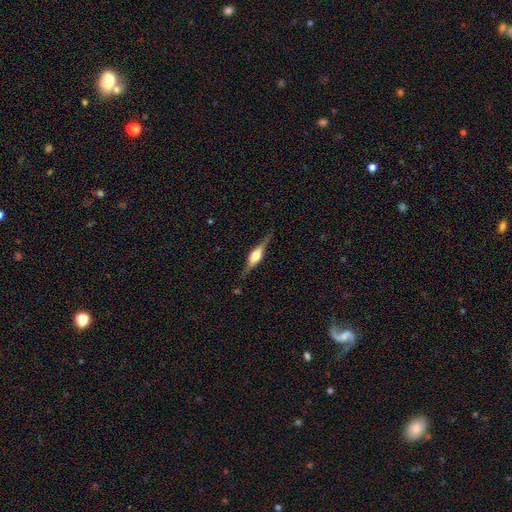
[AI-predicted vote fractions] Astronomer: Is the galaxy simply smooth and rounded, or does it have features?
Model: featured or disk — 75%.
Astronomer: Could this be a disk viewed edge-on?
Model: yes — 96%.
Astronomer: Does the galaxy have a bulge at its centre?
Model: rounded — 88%.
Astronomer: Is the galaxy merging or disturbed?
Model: none — 84%.